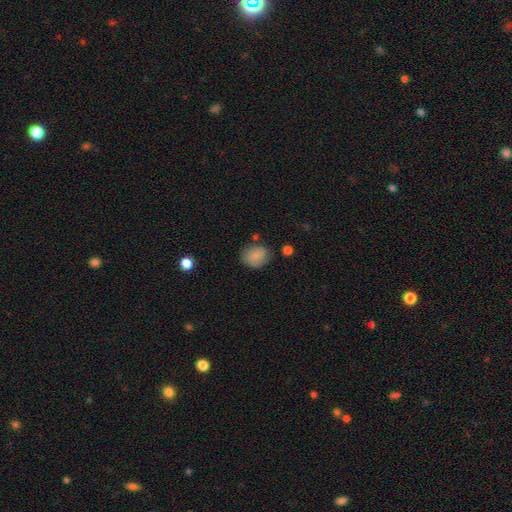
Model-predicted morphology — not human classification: This is clearly a smooth galaxy (81%). How rounded: possibly round (52%). Merging: likely none (69%).